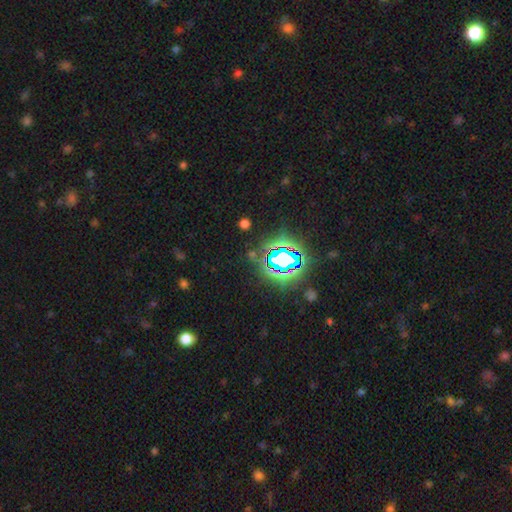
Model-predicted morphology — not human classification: Smooth or featured? Predicted: star or artifact (p=0.78).